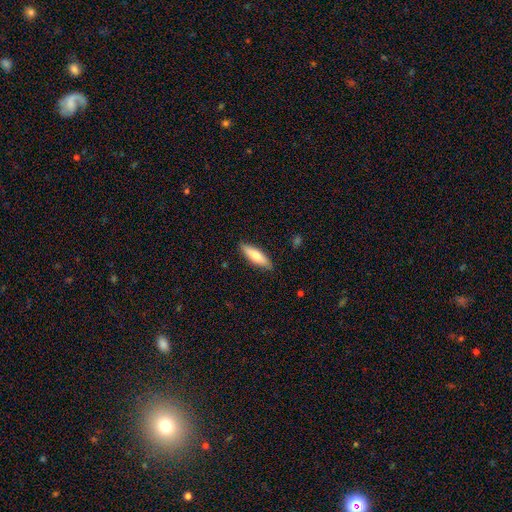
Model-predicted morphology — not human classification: The model was most divided on "how rounded": cigar-shaped: 62%, in between: 37%, round: 2%. More confident: merging — none (87%); smooth or featured — smooth (72%).